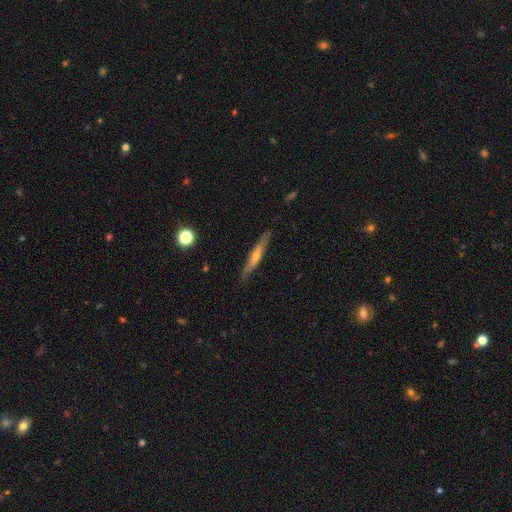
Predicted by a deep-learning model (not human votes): Smooth or featured? featured or disk (56%)
Edge-on disk? yes (89%)
Edge-on bulge? rounded (66%)
Merging? none (83%)